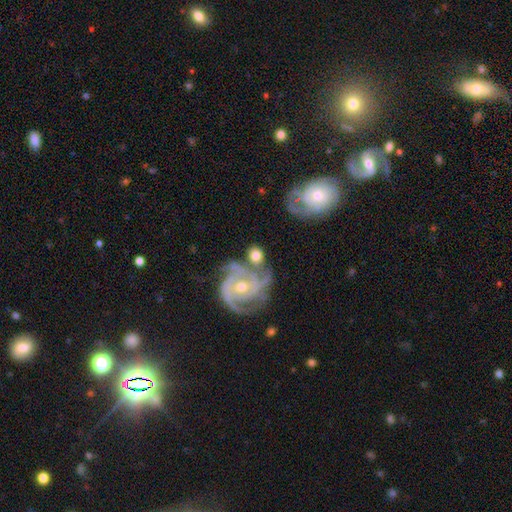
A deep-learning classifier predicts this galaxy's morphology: Overall: featured or disk (50%; smooth 43%). Merging: none (52%; merger 22%).